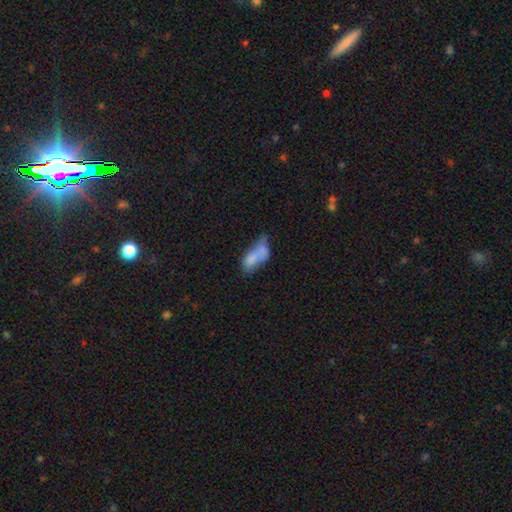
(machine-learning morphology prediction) Smooth or featured?
  - smooth: 66% *
  - featured or disk: 25%
  - star or artifact: 10%
How rounded?
  - in between: 84% *
  - cigar-shaped: 12%
  - round: 4%
Merging?
  - merger: 41% *
  - none: 23%
  - minor disturbance: 20%
  - major disturbance: 16%